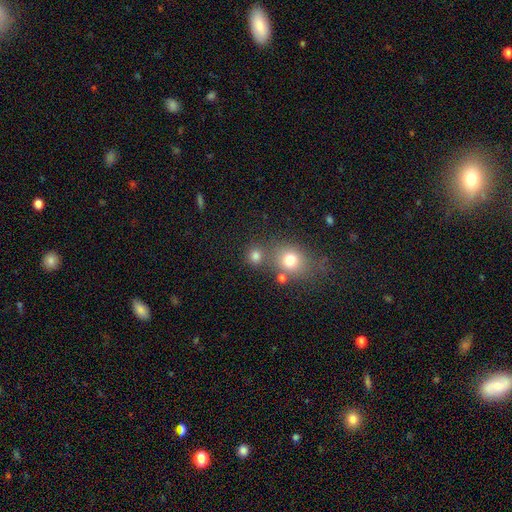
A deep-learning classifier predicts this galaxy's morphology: A smooth galaxy with no disk features (78%) that is round (83%).

Vote fractions:
- Smooth or featured? smooth: 78% / star or artifact: 15% / featured or disk: 7%
- How rounded? round: 83% / in between: 15% / cigar-shaped: 1%
- Merging? none: 66% / merger: 22% / minor disturbance: 8% / major disturbance: 4%